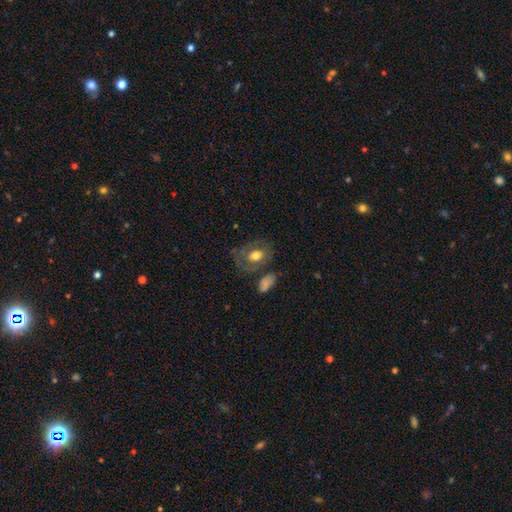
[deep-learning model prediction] Smooth or featured?
  - smooth: 55% *
  - featured or disk: 37%
  - star or artifact: 8%
How rounded?
  - in between: 68% *
  - round: 31%
  - cigar-shaped: 1%
Merging?
  - none: 64% *
  - minor disturbance: 18%
  - major disturbance: 11%
  - merger: 7%